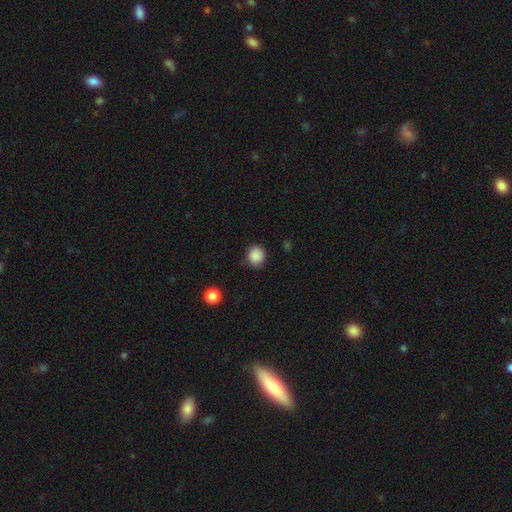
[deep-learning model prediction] smooth-or-featured: smooth: 88% | star or artifact: 10% | featured or disk: 3%
  how-rounded: round: 85% | in between: 14% | cigar-shaped: 1%
  merging: none: 87% | minor disturbance: 9% | major disturbance: 3% | merger: 1%